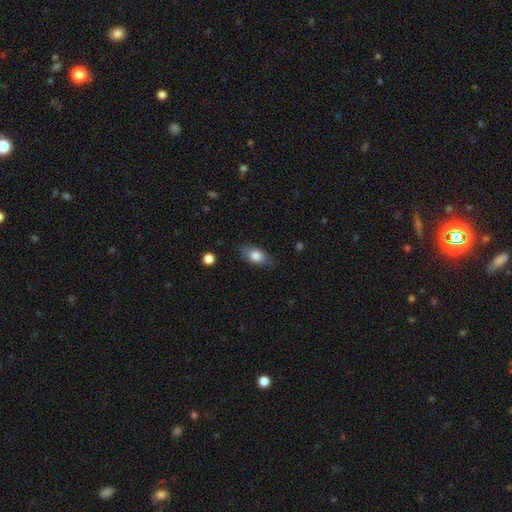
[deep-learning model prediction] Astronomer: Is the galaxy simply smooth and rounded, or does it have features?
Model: smooth — 79%.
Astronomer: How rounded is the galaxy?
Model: in between — 87%.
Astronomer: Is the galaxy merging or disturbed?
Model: none — 80%.